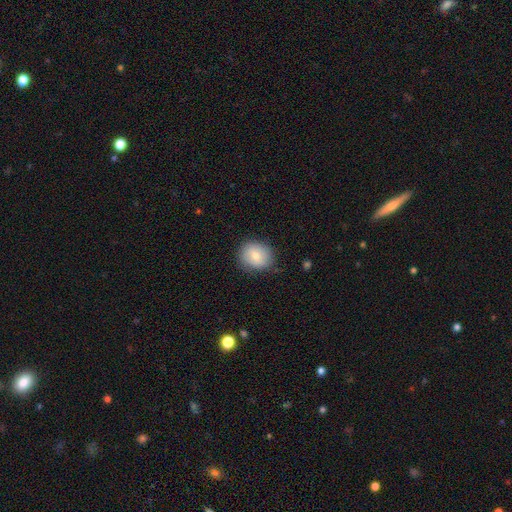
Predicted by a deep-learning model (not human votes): smooth_or_featured: smooth (p=0.80) [alt: featured or disk p=0.12]
how_rounded: round (p=0.68) [alt: in between p=0.31]
merging: none (p=0.82) [alt: minor disturbance p=0.14]